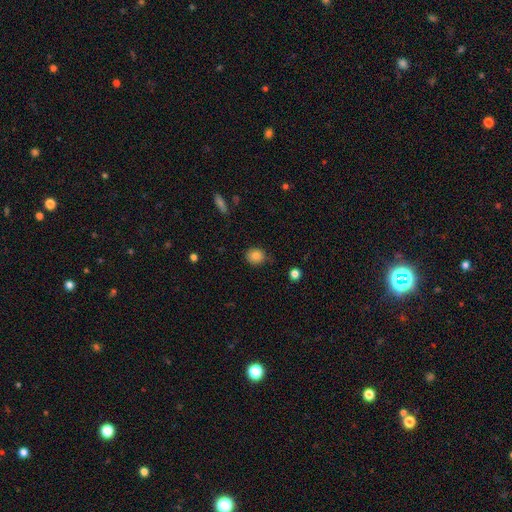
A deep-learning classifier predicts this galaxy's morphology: smooth_or_featured: smooth (p=0.83) [alt: star or artifact p=0.10]
how_rounded: round (p=0.74) [alt: in between p=0.25]
merging: none (p=0.76) [alt: minor disturbance p=0.19]